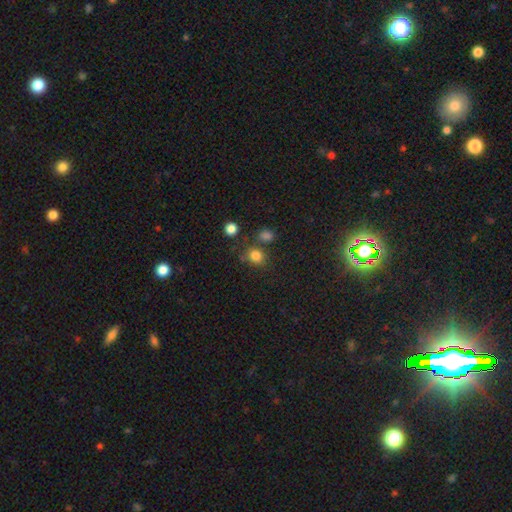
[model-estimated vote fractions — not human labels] Morphology: type=smooth (80%); roundness=round (73%); merging=none (70%).